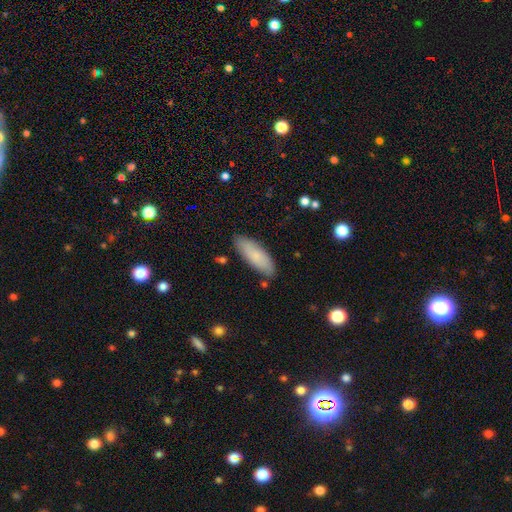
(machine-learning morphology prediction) A smooth galaxy with no disk features (80%) that is in between round and cigar-shaped (65%). Merging: none (84%).